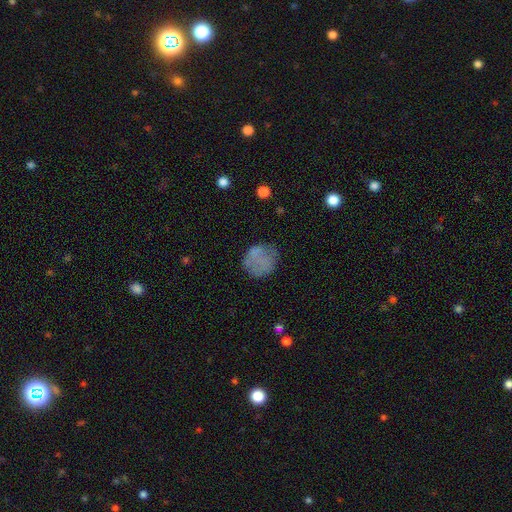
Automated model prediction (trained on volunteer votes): This is likely a smooth galaxy (69%). How rounded: likely round (78%). Merging: likely none (61%).